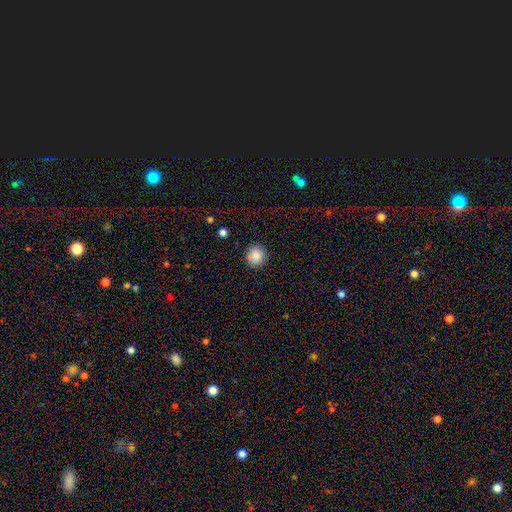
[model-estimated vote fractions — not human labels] Smooth or featured? Predicted: smooth (p=0.86). How rounded? Predicted: round (p=0.88). Merging? Predicted: none (p=0.88).